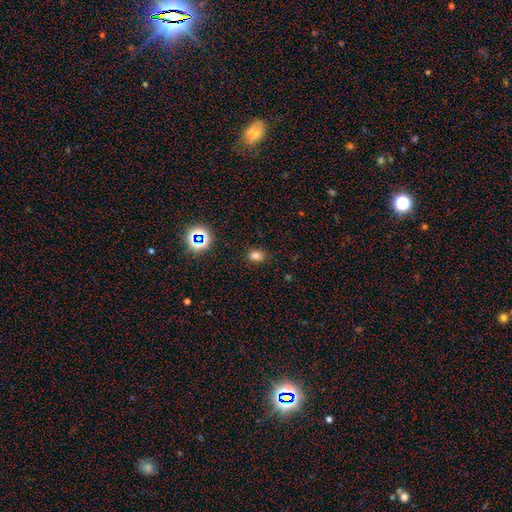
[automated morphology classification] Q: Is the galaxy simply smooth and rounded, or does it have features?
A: smooth — 75%.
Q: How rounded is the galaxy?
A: in between — 58%.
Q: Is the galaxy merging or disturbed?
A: none — 85%.